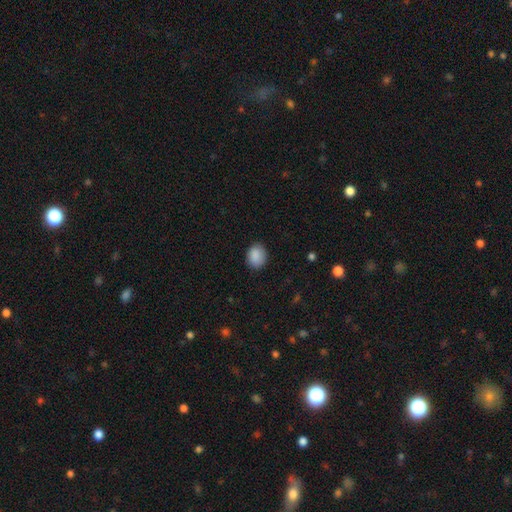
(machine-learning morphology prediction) A smooth galaxy with no disk features (89%) that is in between round and cigar-shaped (51%).

Vote fractions:
- Smooth or featured? smooth: 89% / star or artifact: 8% / featured or disk: 3%
- How rounded? in between: 51% / round: 48% / cigar-shaped: 1%
- Merging? none: 85% / minor disturbance: 11% / major disturbance: 3% / merger: 1%